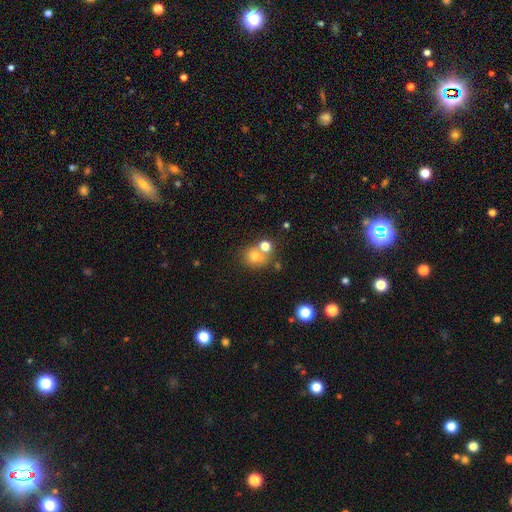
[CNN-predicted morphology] type=smooth (73%); roundness=round (76%); merging=none (53%).